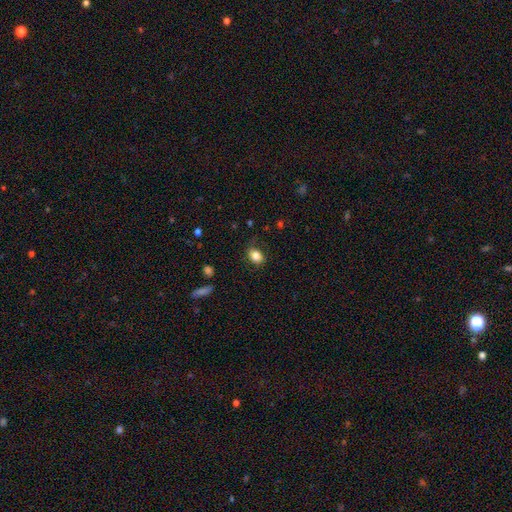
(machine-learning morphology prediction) smooth 83%, star or artifact 9%, featured or disk 7%. Down the decision tree: how rounded — in between (72%); merging — none (75%).